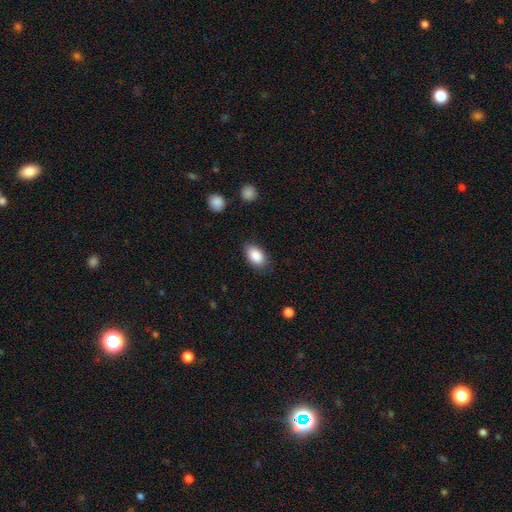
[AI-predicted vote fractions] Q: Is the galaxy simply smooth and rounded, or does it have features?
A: smooth — 88%.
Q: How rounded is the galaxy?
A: in between — 90%.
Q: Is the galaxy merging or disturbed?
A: none — 80%.